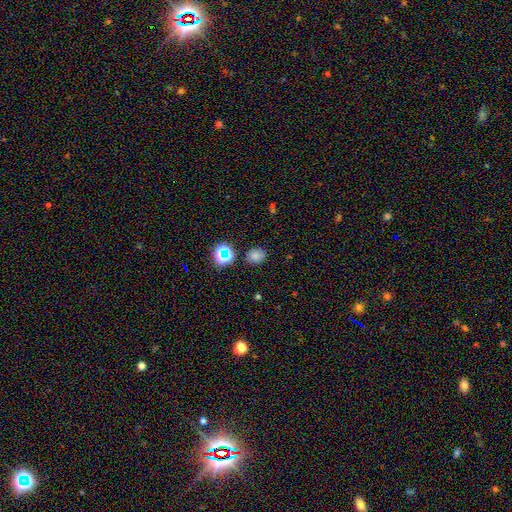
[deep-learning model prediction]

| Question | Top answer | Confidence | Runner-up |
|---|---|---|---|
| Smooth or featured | smooth | 72% | star or artifact (21%) |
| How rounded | round | 61% | in between (38%) |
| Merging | none | 81% | minor disturbance (12%) |